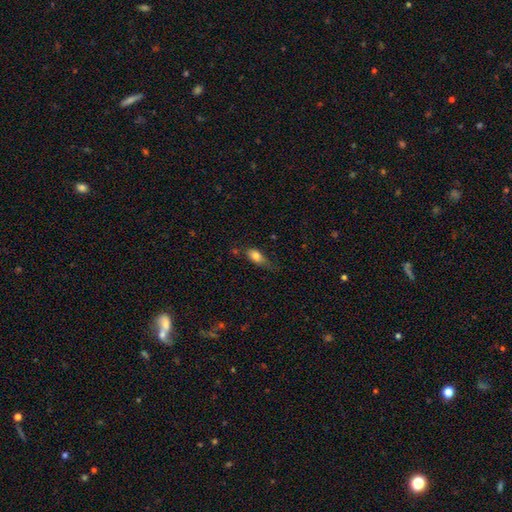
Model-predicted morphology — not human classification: Smooth or featured: smooth — 79% (featured or disk — 12%)
How rounded: in between — 82% (cigar-shaped — 10%)
Merging: none — 45% (minor disturbance — 36%)